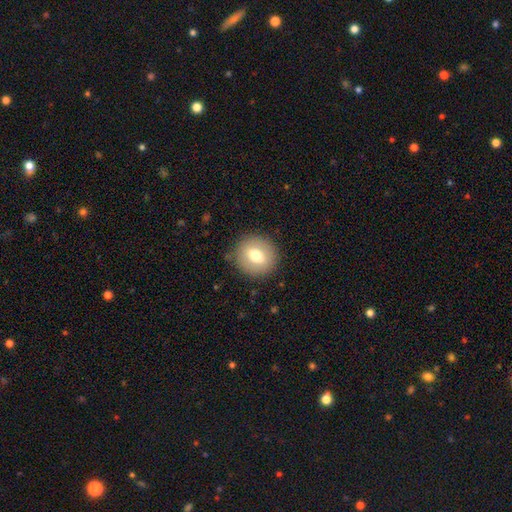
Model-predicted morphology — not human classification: Overall: smooth (68%). How rounded: round (87%). Merging: none (88%).